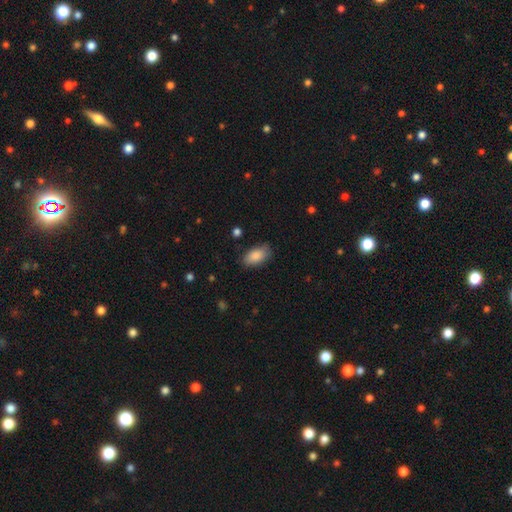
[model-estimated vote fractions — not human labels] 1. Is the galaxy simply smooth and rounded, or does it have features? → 87% smooth, 7% star or artifact, 6% featured or disk.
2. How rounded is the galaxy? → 93% in between, 4% round, 3% cigar-shaped.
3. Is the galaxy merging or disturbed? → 80% none, 15% minor disturbance, 3% major disturbance, 1% merger.